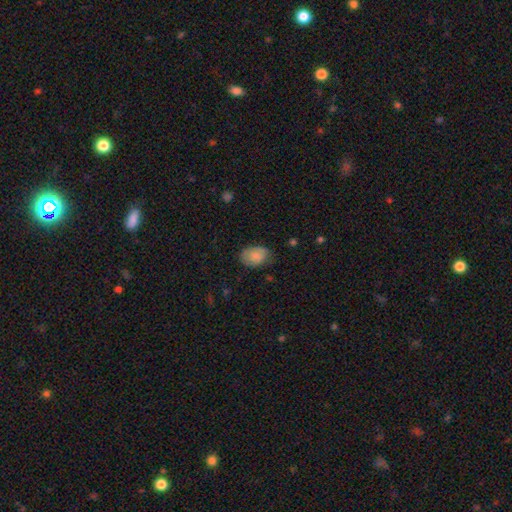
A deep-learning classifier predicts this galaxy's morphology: This appears to be a smooth galaxy with no disk features (81%) that is in between round and cigar-shaped (82%). Merging: none (65%).